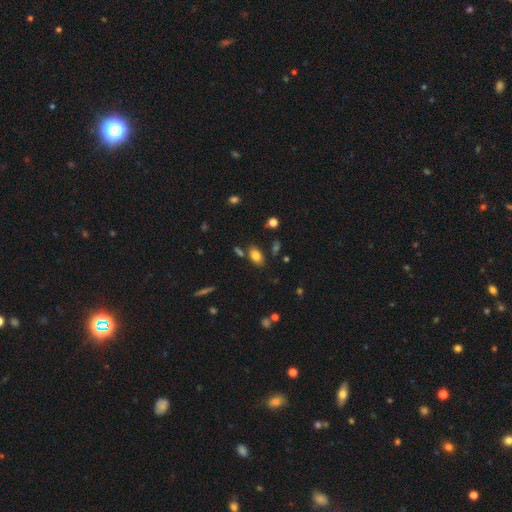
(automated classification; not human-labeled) Smooth or featured? smooth (80%)
How rounded? in between (89%)
Merging? none (77%)